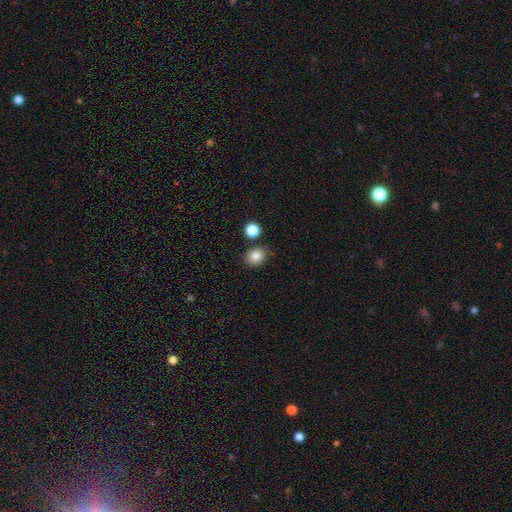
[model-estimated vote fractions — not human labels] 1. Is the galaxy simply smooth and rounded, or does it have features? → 83% smooth, 11% star or artifact, 6% featured or disk.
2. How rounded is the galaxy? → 67% round, 32% in between, 1% cigar-shaped.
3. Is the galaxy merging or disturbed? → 80% none, 10% minor disturbance, 7% merger, 2% major disturbance.